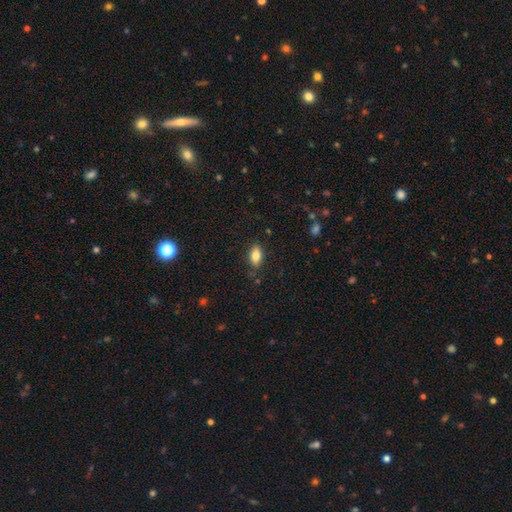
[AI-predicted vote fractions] smooth-or-featured: smooth: 82% | featured or disk: 9% | star or artifact: 8%
  how-rounded: in between: 89% | cigar-shaped: 7% | round: 5%
  merging: none: 81% | minor disturbance: 14% | major disturbance: 3% | merger: 2%